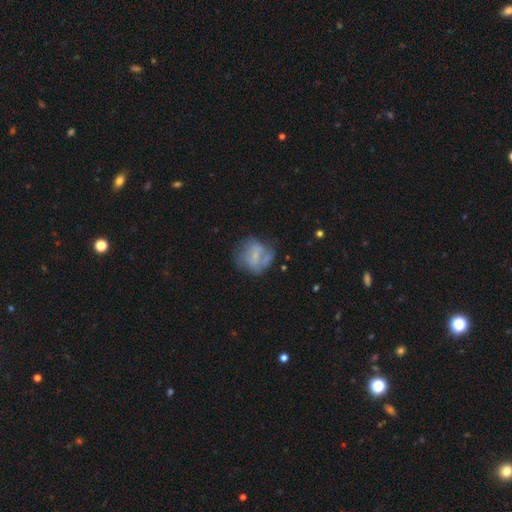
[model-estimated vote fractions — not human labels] Smooth or featured: featured or disk — 47% (smooth — 43%)
Merging: none — 50% (minor disturbance — 25%)